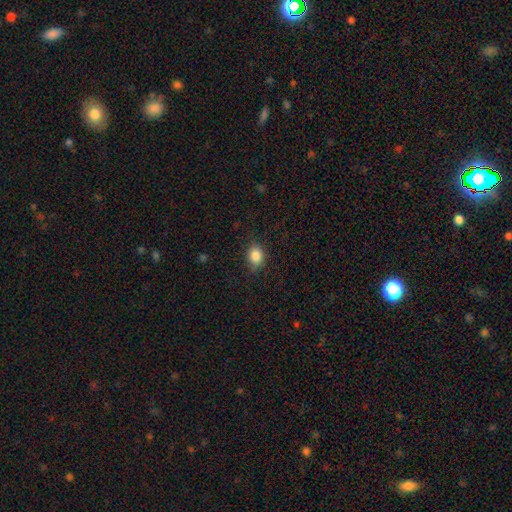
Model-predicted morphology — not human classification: Smooth or featured?
  - smooth: 85% *
  - star or artifact: 10%
  - featured or disk: 5%
How rounded?
  - in between: 51% *
  - round: 48%
  - cigar-shaped: 1%
Merging?
  - none: 79% *
  - minor disturbance: 16%
  - major disturbance: 4%
  - merger: 1%